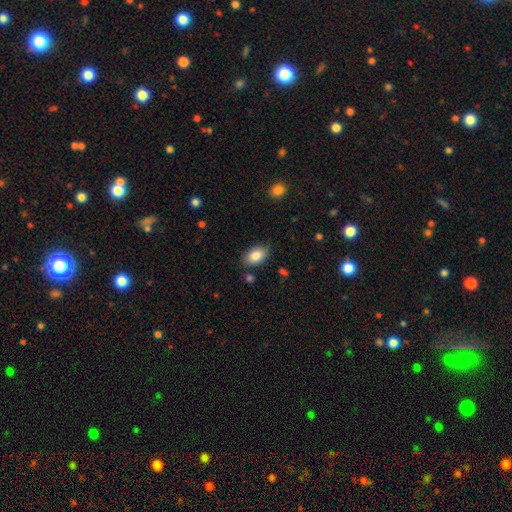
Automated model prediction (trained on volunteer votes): smooth 87%, star or artifact 7%, featured or disk 6%. Down the decision tree: how rounded — in between (91%); merging — none (83%).